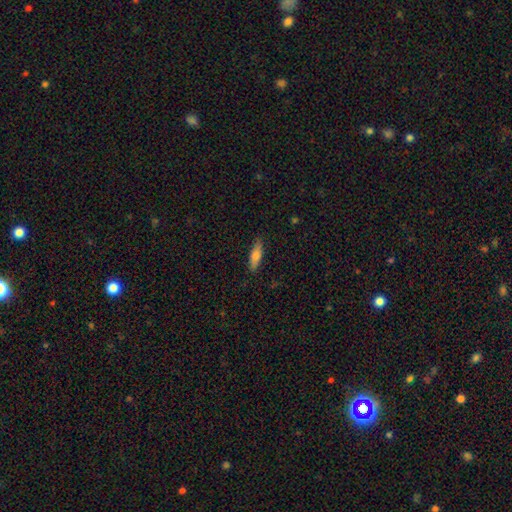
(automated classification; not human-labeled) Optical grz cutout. It shows a smooth galaxy with no disk features (70%) that is cigar-shaped (54%). Merging: none (85%).